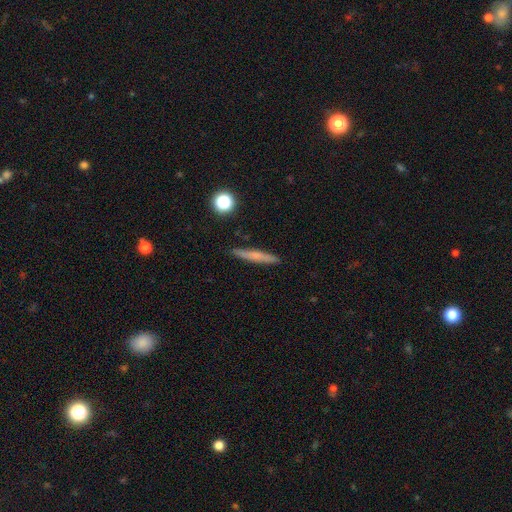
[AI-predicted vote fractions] smooth 58%, featured or disk 34%, star or artifact 8%. Down the decision tree: how rounded — cigar-shaped (93%); merging — none (90%).